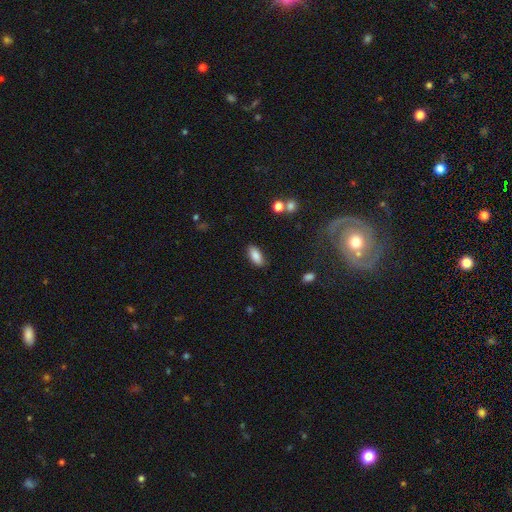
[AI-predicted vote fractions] smooth_or_featured: smooth (p=0.86) [alt: star or artifact p=0.07]
how_rounded: in between (p=0.87) [alt: cigar-shaped p=0.10]
merging: none (p=0.86) [alt: minor disturbance p=0.10]